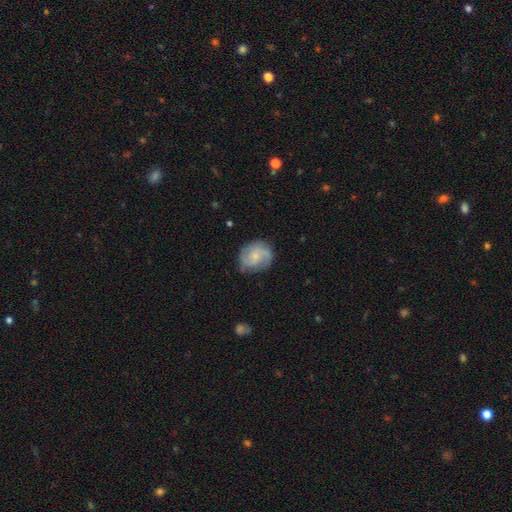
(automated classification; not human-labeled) This is likely a featured or disk galaxy (67%). It is clearly not viewed edge-on (98%). Bar: likely no (69%). Spiral arm pattern: clearly yes (91%). Spiral arm count: likely 2 (65%). Spiral winding: possibly medium (45%). Central bulge: likely small (67%). Merging: likely none (71%).